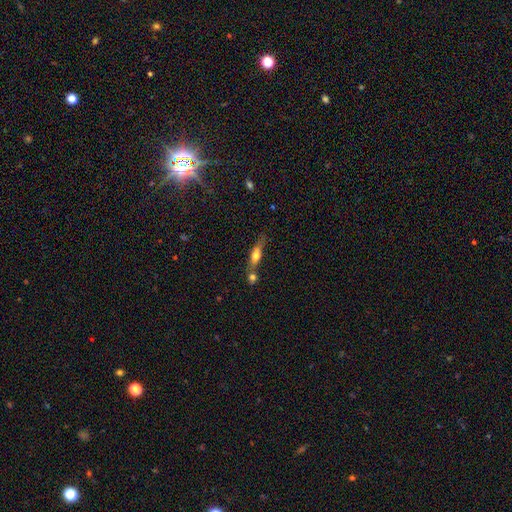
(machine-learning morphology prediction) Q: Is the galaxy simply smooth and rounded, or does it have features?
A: smooth — 56%.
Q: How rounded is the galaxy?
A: cigar-shaped — 58%.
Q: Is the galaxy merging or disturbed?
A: none — 45%.